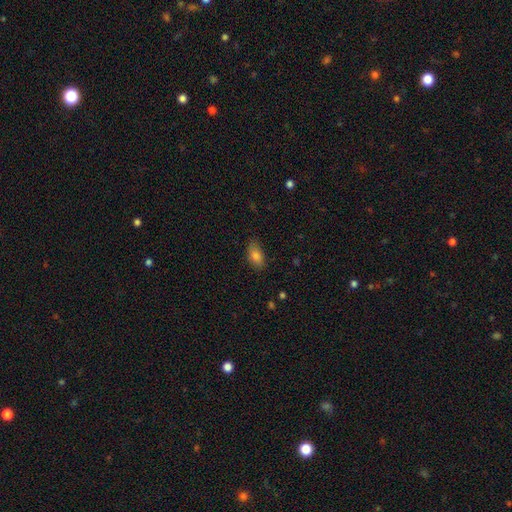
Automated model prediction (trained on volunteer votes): This is clearly a smooth galaxy (82%). How rounded: clearly in between (90%). Merging: likely none (78%).